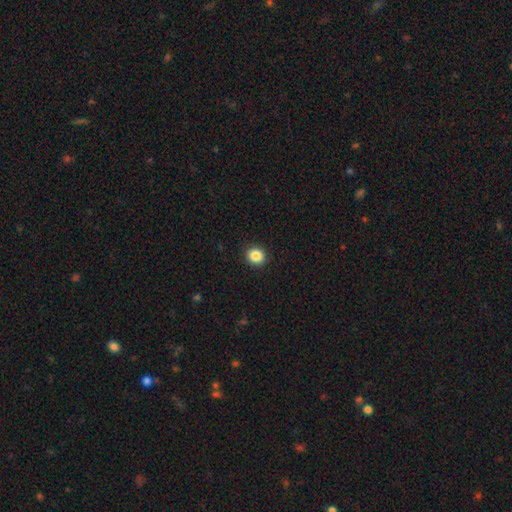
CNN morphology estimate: Smooth or featured: smooth — 87% (star or artifact — 10%)
How rounded: round — 77% (in between — 22%)
Merging: none — 91% (minor disturbance — 6%)